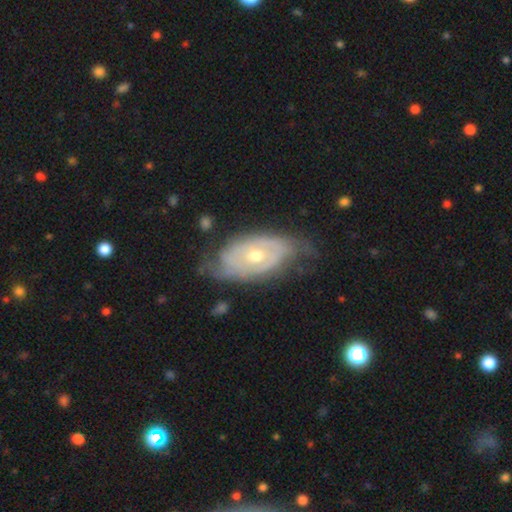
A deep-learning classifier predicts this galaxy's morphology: smooth_or_featured: featured or disk (p=0.78) [alt: smooth p=0.17]
disk_edge_on: no (p=0.93) [alt: yes p=0.07]
bar: no (p=0.77) [alt: weak p=0.18]
has_spiral_arms: yes (p=0.77) [alt: no p=0.23]
spiral_winding: tight (p=0.66) [alt: medium p=0.24]
spiral_arm_count: can't tell (p=0.45) [alt: 2 p=0.36]
bulge_size: moderate (p=0.66) [alt: small p=0.29]
merging: none (p=0.62) [alt: minor disturbance p=0.27]